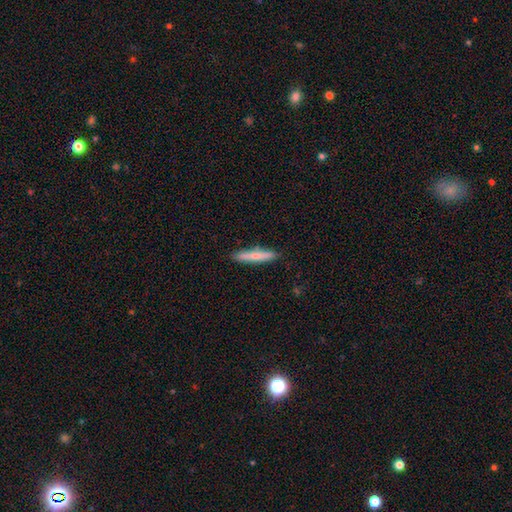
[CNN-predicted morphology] A smooth galaxy with no disk features (67%) that is cigar-shaped (91%).

Vote fractions:
- Smooth or featured? smooth: 67% / featured or disk: 27% / star or artifact: 6%
- How rounded? cigar-shaped: 91% / in between: 8% / round: 2%
- Merging? none: 88% / minor disturbance: 9% / merger: 2% / major disturbance: 2%